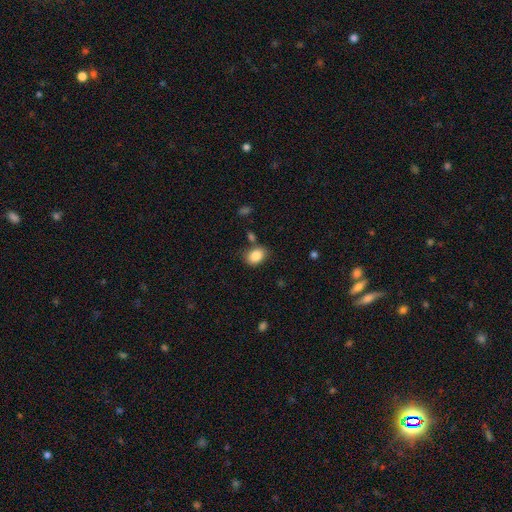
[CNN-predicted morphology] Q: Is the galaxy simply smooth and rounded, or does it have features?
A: smooth — 86%.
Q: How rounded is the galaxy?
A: in between — 76%.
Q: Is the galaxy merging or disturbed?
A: none — 73%.